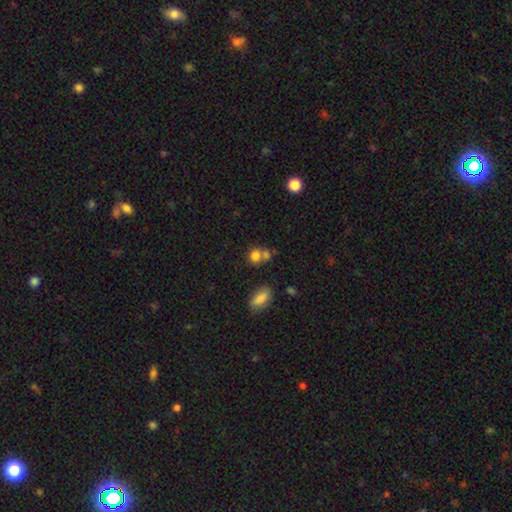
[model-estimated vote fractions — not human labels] A smooth galaxy with no disk features (79%) that is round (70%).

Vote fractions:
- Smooth or featured? smooth: 79% / star or artifact: 12% / featured or disk: 8%
- How rounded? round: 70% / in between: 28% / cigar-shaped: 2%
- Merging? none: 46% / merger: 39% / minor disturbance: 10% / major disturbance: 5%